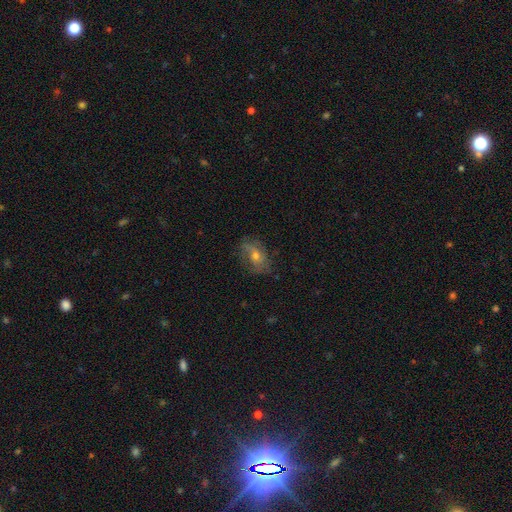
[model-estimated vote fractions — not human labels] Morphology: type=featured or disk (49%); merging=none (68%).